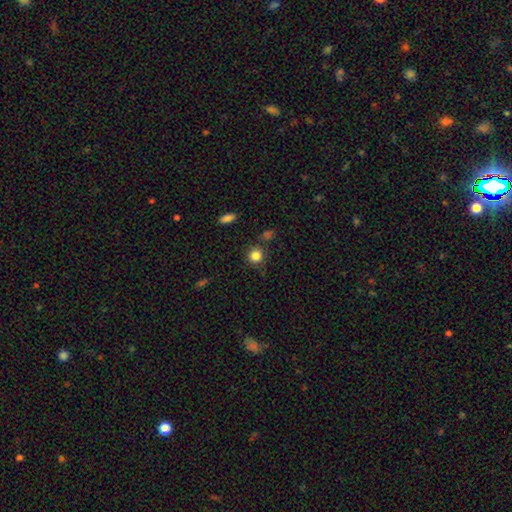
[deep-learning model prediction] A smooth galaxy with no disk features (84%) that is round (90%). Merging: none (81%).